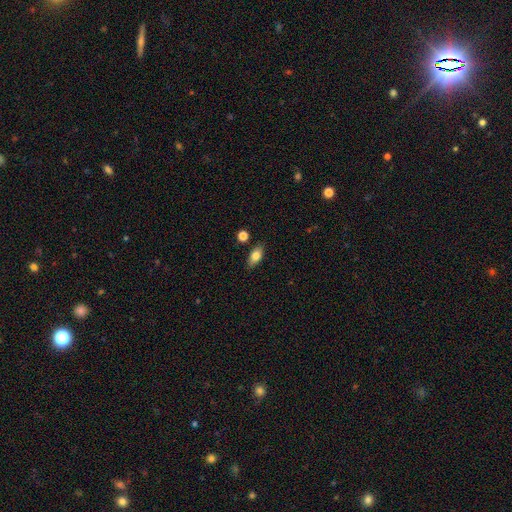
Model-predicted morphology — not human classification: Overall: smooth (78%). How rounded: in between (84%). Merging: none (83%).